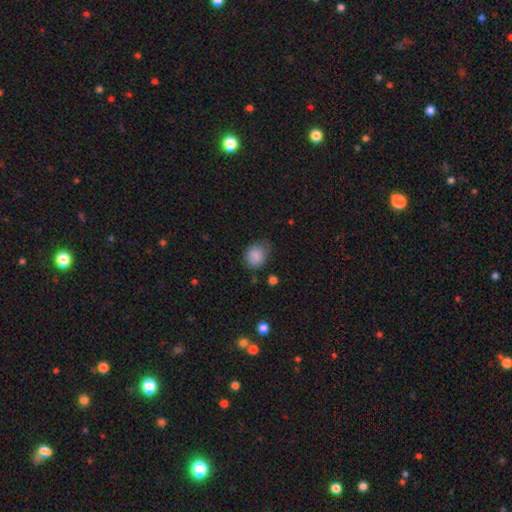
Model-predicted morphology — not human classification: Smooth or featured?
  - smooth: 85% *
  - star or artifact: 8%
  - featured or disk: 6%
How rounded?
  - round: 62% *
  - in between: 37%
  - cigar-shaped: 1%
Merging?
  - none: 63% *
  - minor disturbance: 28%
  - major disturbance: 7%
  - merger: 2%